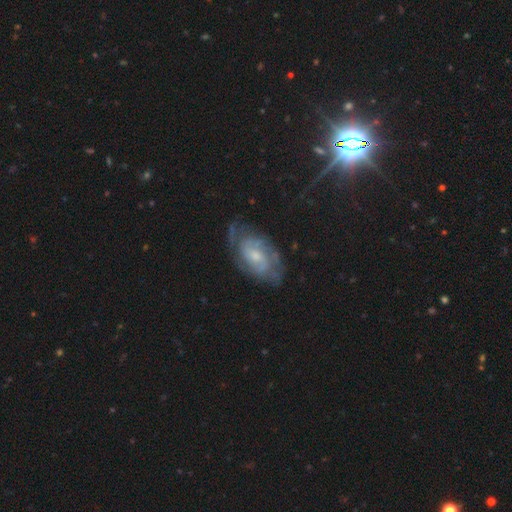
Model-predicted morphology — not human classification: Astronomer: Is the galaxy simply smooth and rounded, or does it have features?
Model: featured or disk — 76%.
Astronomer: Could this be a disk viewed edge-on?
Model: no — 95%.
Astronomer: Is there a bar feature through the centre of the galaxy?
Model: no — 59% (runner-up: weak, 36%).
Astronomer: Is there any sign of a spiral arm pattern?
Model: yes — 89%.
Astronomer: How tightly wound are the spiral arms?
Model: tight — 51% (runner-up: medium, 37%).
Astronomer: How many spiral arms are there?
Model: can't tell — 39%, tied with 2 at 39%.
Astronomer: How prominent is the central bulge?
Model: small — 49% (runner-up: moderate, 42%).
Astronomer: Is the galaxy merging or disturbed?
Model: none — 63%.